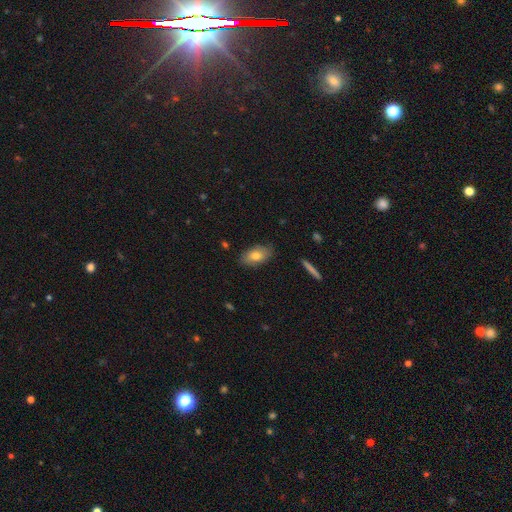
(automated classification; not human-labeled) Smooth or featured? smooth (72%)
How rounded? in between (91%)
Merging? none (81%)